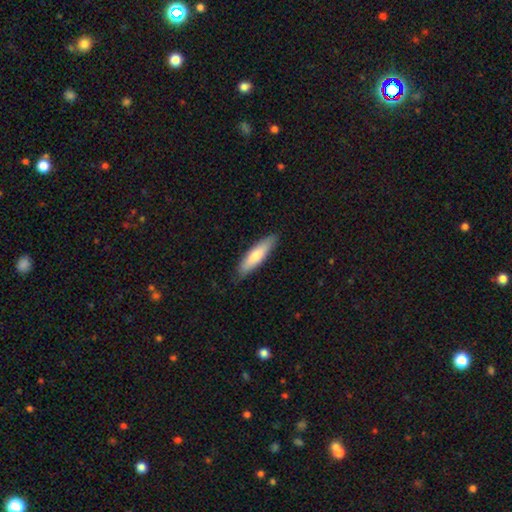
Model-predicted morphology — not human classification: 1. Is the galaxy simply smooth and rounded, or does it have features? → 75% smooth, 20% featured or disk, 5% star or artifact.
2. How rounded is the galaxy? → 72% cigar-shaped, 26% in between, 1% round.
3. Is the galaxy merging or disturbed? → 85% none, 12% minor disturbance, 2% major disturbance, 1% merger.